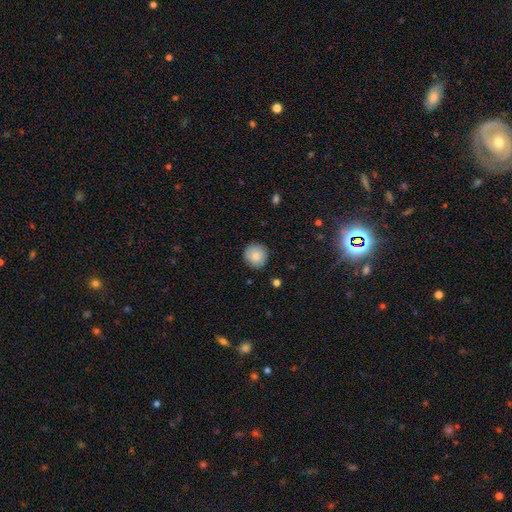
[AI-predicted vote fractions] A smooth galaxy with no disk features (78%) that is round (93%). Merging: none (84%).